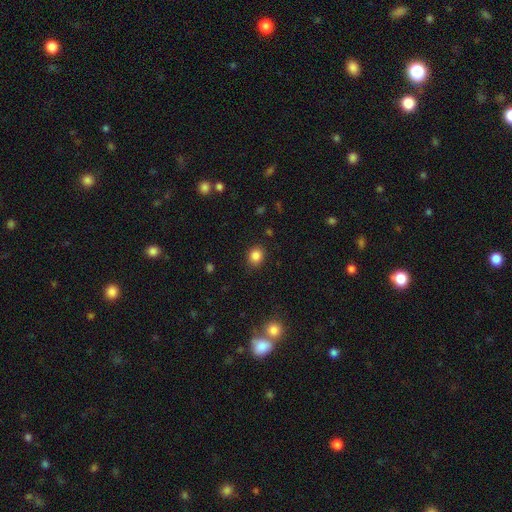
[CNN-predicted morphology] A smooth galaxy with no disk features (85%) that is round (67%).

Vote fractions:
- Smooth or featured? smooth: 85% / star or artifact: 11% / featured or disk: 4%
- How rounded? round: 67% / in between: 32% / cigar-shaped: 1%
- Merging? none: 87% / minor disturbance: 9% / major disturbance: 3% / merger: 1%